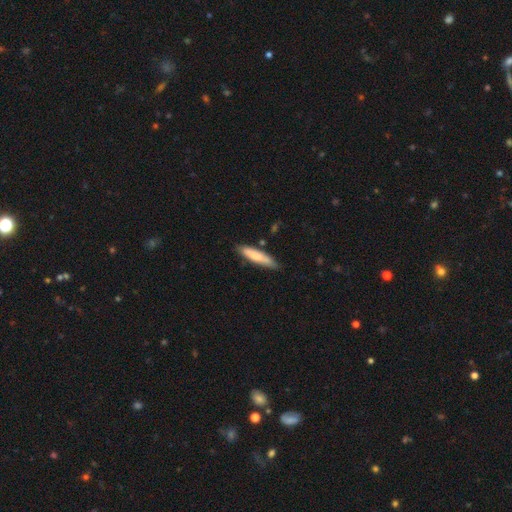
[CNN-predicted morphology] Smooth or featured? Predicted: smooth (p=0.74). How rounded? Predicted: cigar-shaped (p=0.81). Merging? Predicted: none (p=0.76).